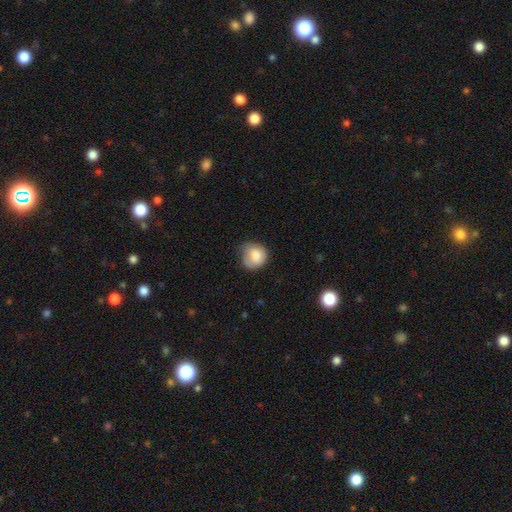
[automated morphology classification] A smooth galaxy with no disk features (80%) that is round (84%).

Vote fractions:
- Smooth or featured? smooth: 80% / featured or disk: 13% / star or artifact: 7%
- How rounded? round: 84% / in between: 15% / cigar-shaped: 1%
- Merging? none: 49% / minor disturbance: 37% / major disturbance: 12% / merger: 2%